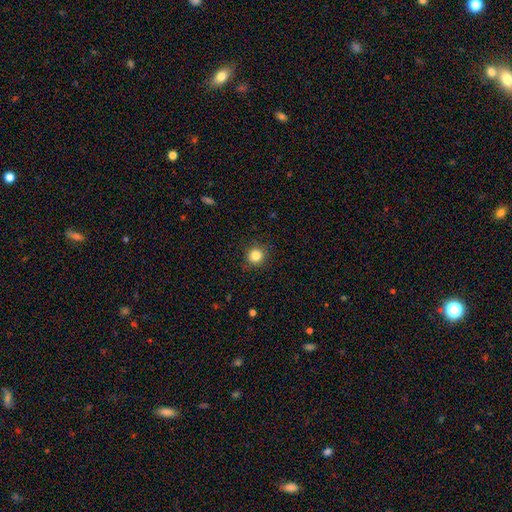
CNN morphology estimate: Smooth or featured? smooth (84%)
How rounded? round (91%)
Merging? none (89%)